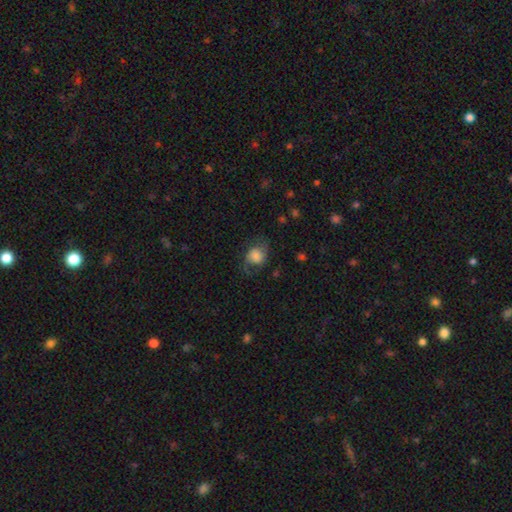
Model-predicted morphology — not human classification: smooth-or-featured: smooth: 52% | featured or disk: 39% | star or artifact: 9%
  how-rounded: round: 66% | in between: 33% | cigar-shaped: 1%
  merging: none: 63% | minor disturbance: 20% | major disturbance: 15% | merger: 1%